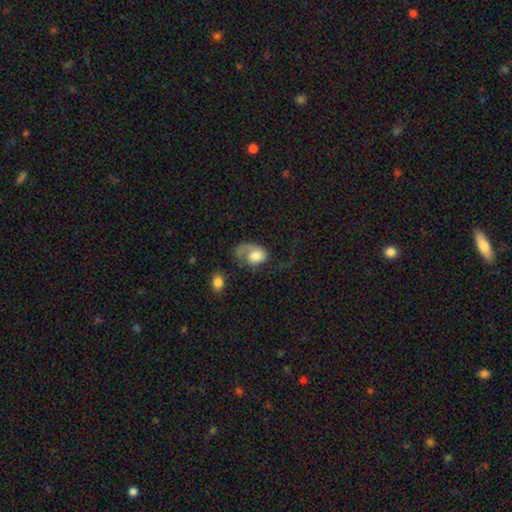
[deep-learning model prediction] Smooth or featured: featured or disk — 48% (smooth — 45%)
Merging: major disturbance — 51% (none — 26%)